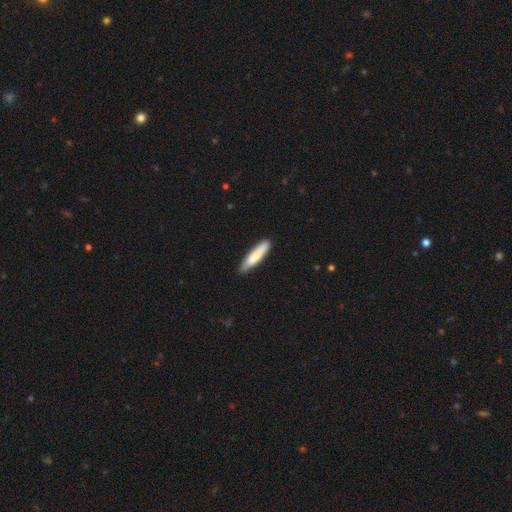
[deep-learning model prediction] Smooth or featured? smooth (80%)
How rounded? cigar-shaped (83%)
Merging? none (84%)